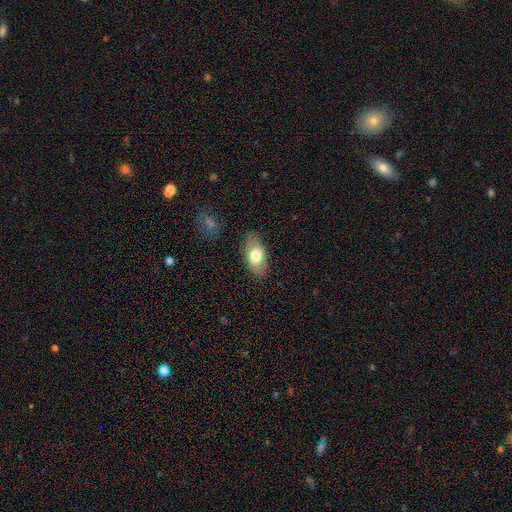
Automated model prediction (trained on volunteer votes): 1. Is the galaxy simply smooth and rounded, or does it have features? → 72% smooth, 21% featured or disk, 7% star or artifact.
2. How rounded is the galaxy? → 92% in between, 5% round, 3% cigar-shaped.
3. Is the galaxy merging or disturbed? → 84% none, 12% minor disturbance, 3% major disturbance, 1% merger.